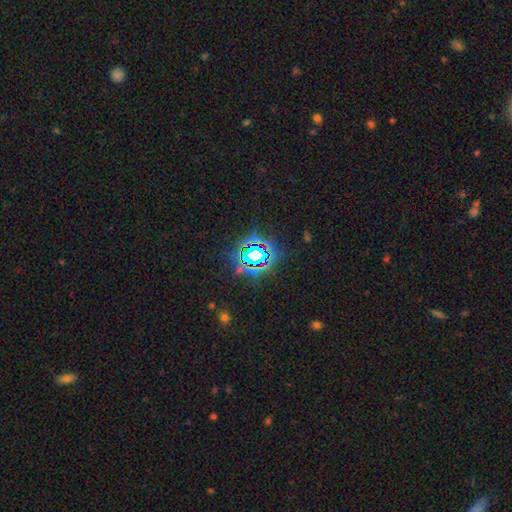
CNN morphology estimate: This appears to be a star or artifact, not a galaxy (75%).